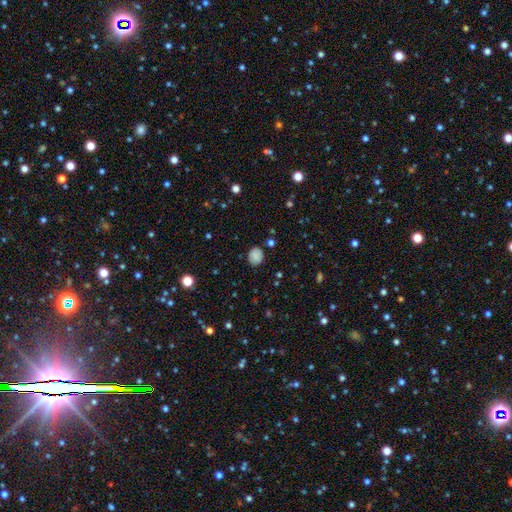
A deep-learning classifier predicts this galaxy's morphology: Smooth or featured? smooth (83%)
How rounded? round (73%)
Merging? none (83%)